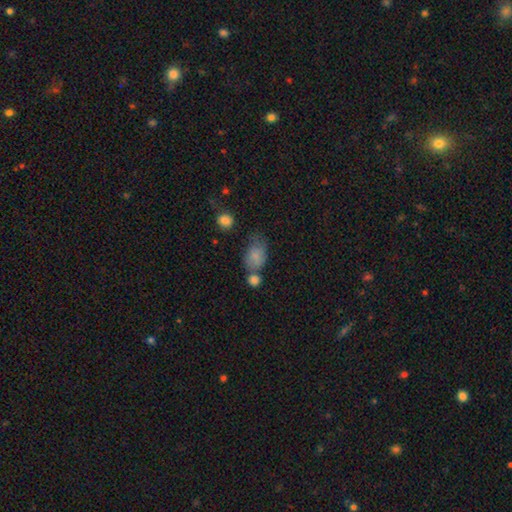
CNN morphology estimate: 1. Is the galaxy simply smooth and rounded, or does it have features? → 80% smooth, 11% featured or disk, 9% star or artifact.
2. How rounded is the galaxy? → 78% in between, 21% round, 1% cigar-shaped.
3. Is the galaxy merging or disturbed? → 36% none, 25% minor disturbance, 24% merger, 14% major disturbance.